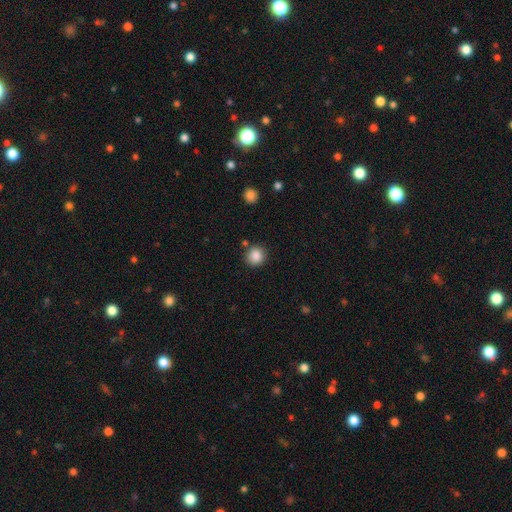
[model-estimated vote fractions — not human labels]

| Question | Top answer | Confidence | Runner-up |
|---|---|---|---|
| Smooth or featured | smooth | 87% | star or artifact (9%) |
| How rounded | round | 86% | in between (13%) |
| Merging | none | 82% | minor disturbance (10%) |